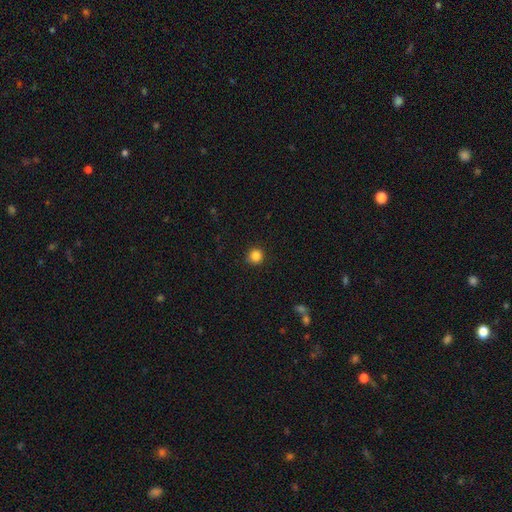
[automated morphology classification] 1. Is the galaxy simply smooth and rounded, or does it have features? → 85% smooth, 11% star or artifact, 4% featured or disk.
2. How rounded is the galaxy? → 93% round, 6% in between, 1% cigar-shaped.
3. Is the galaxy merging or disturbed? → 90% none, 7% minor disturbance, 2% major disturbance, 1% merger.